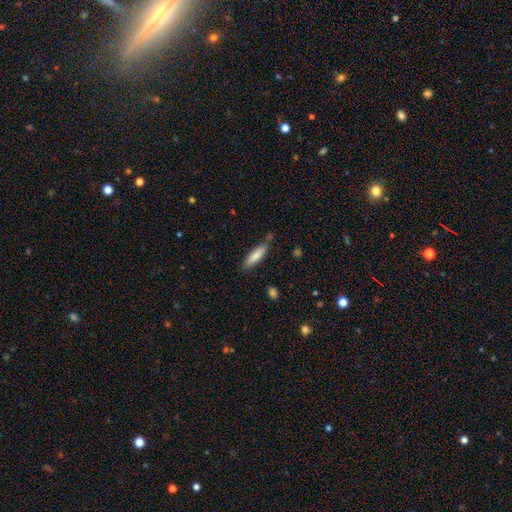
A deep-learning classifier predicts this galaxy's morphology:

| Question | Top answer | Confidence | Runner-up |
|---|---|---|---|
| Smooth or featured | smooth | 80% | featured or disk (14%) |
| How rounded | cigar-shaped | 64% | in between (34%) |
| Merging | none | 79% | minor disturbance (14%) |